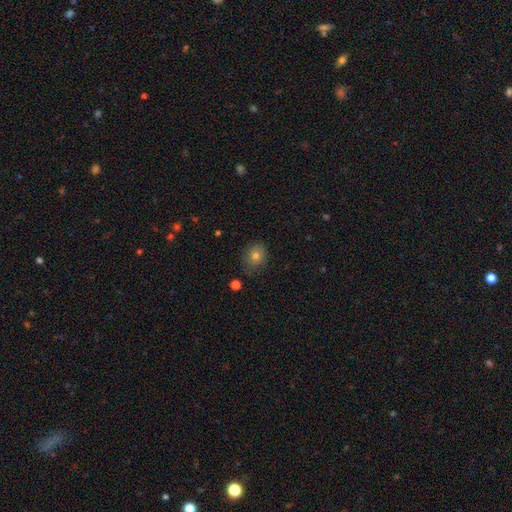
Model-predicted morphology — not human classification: The model was most divided on "how rounded": round: 64%, in between: 35%, cigar-shaped: 1%. More confident: merging — none (77%); smooth or featured — smooth (75%).